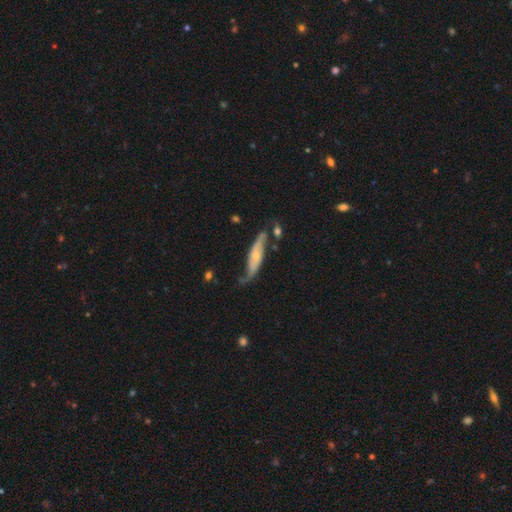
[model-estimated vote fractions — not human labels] This is likely a featured or disk galaxy (70%). It is likely not viewed edge-on (69%). Merging: possibly none (55%).